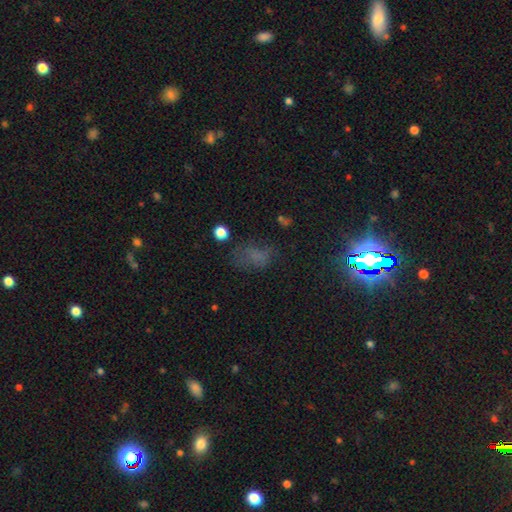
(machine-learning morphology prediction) Smooth or featured?
  - smooth: 46% *
  - star or artifact: 38%
  - featured or disk: 16%
Merging?
  - none: 52% *
  - minor disturbance: 23%
  - major disturbance: 21%
  - merger: 4%